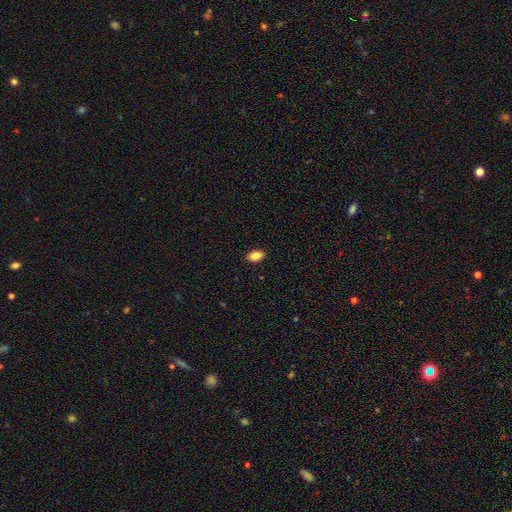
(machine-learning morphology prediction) smooth-or-featured: smooth: 86% | star or artifact: 8% | featured or disk: 5%
  how-rounded: in between: 87% | round: 11% | cigar-shaped: 2%
  merging: none: 90% | minor disturbance: 8% | major disturbance: 2% | merger: 1%